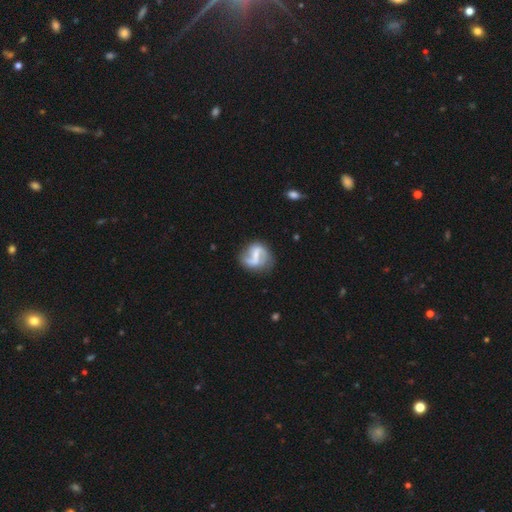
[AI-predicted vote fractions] smooth_or_featured: featured or disk (p=0.77) [alt: smooth p=0.17]
disk_edge_on: no (p=0.97) [alt: yes p=0.03]
bar: weak (p=0.41) [alt: strong p=0.40]
has_spiral_arms: yes (p=0.87) [alt: no p=0.13]
spiral_winding: loose (p=0.56) [alt: medium p=0.33]
spiral_arm_count: 2 (p=0.82) [alt: 1 p=0.09]
bulge_size: small (p=0.43) [alt: none p=0.31]
merging: none (p=0.65) [alt: minor disturbance p=0.20]